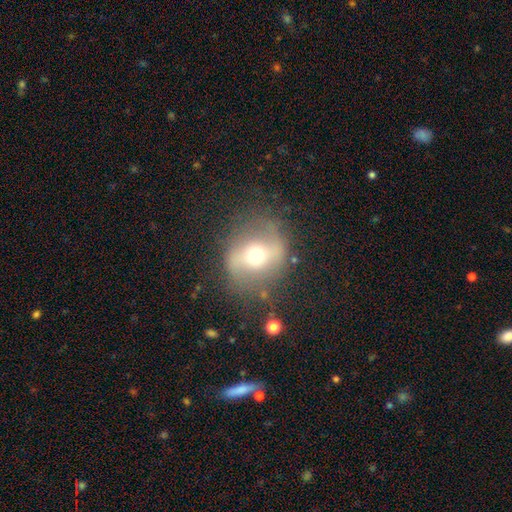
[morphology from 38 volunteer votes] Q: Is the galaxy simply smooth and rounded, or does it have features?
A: featured or disk — 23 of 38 (61%).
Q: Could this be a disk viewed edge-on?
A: no — 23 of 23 (100%).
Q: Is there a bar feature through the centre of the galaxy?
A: strong — 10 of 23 (43%).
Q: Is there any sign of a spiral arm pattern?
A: yes — 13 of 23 (57%).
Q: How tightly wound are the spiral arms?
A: loose — 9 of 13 (69%).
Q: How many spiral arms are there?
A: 2 — 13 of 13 (100%).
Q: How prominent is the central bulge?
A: moderate — 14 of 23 (61%).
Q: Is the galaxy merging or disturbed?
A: none — 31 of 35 (89%).